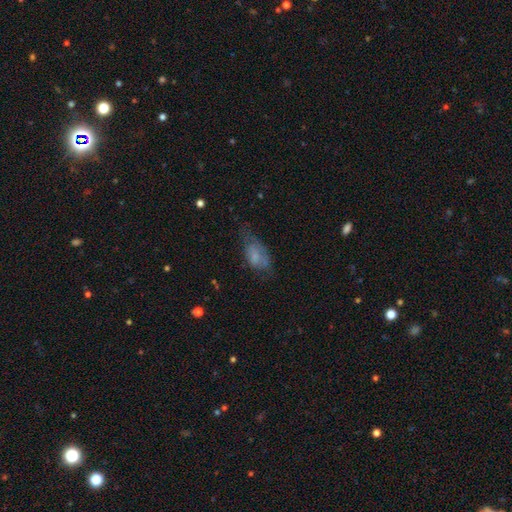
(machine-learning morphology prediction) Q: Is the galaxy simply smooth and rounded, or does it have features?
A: smooth — 61%.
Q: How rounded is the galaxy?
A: in between — 88%.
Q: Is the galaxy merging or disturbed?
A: none — 34%.